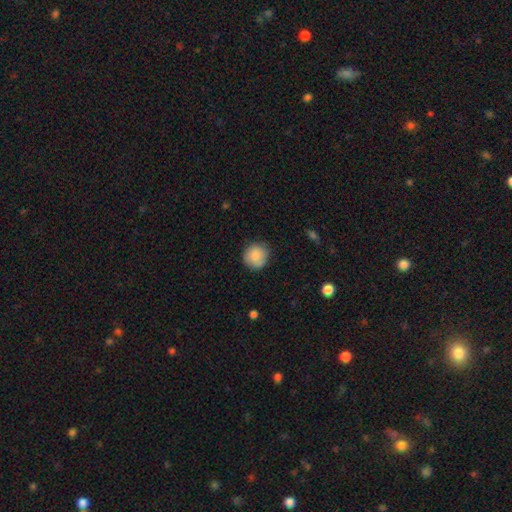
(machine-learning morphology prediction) smooth_or_featured: smooth (p=0.84) [alt: featured or disk p=0.09]
how_rounded: round (p=0.90) [alt: in between p=0.09]
merging: none (p=0.83) [alt: minor disturbance p=0.13]